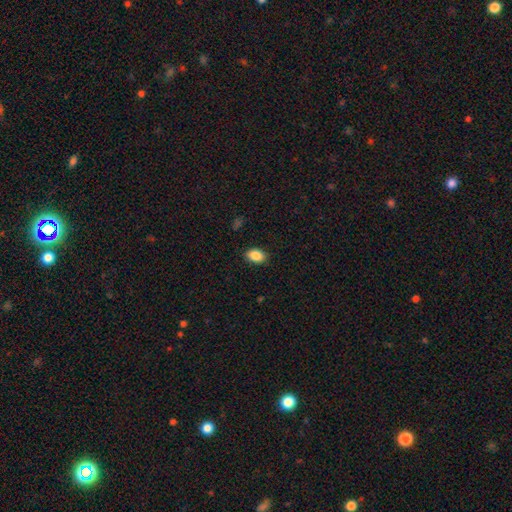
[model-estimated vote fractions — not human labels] Smooth or featured: smooth — 88% (star or artifact — 8%)
How rounded: in between — 86% (round — 12%)
Merging: none — 88% (minor disturbance — 9%)